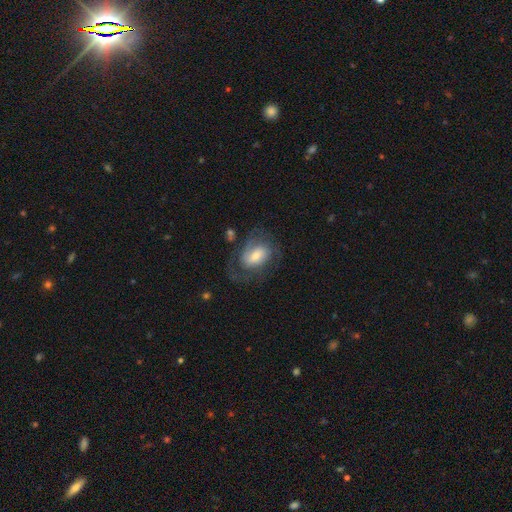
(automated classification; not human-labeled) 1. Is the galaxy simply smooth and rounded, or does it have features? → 60% featured or disk, 32% smooth, 8% star or artifact.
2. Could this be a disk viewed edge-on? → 96% no, 4% yes.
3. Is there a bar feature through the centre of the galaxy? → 44% no, 42% weak, 14% strong.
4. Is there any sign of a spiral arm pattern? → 83% yes, 17% no.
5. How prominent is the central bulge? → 44% moderate, 26% small, 23% large, 4% none, 3% dominant.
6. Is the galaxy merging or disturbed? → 54% none, 22% major disturbance, 22% minor disturbance, 2% merger.